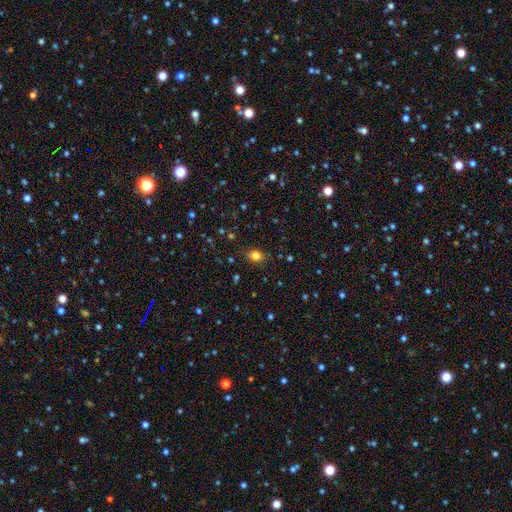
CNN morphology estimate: Smooth or featured? smooth (81%)
How rounded? in between (56%)
Merging? none (84%)